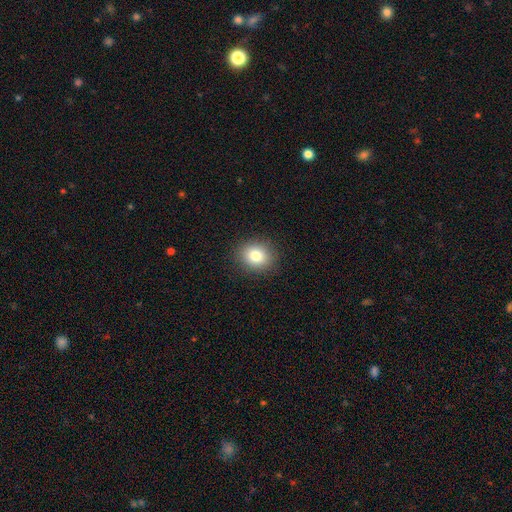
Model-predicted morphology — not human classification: This appears to be a smooth galaxy with no disk features (81%) that is round (73%). Merging: none (90%).